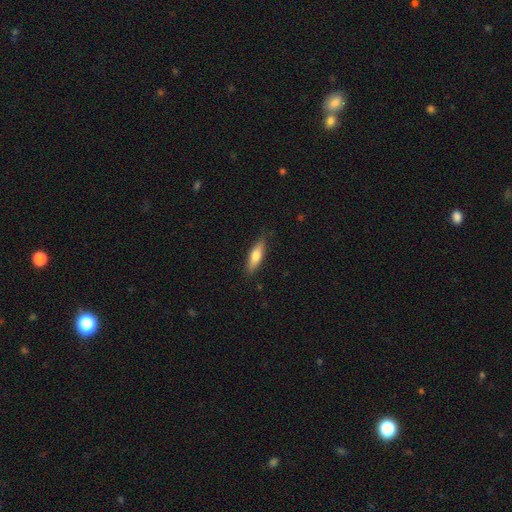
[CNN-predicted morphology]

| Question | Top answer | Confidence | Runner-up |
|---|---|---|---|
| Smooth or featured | smooth | 67% | featured or disk (27%) |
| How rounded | cigar-shaped | 57% | in between (41%) |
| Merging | none | 84% | minor disturbance (13%) |